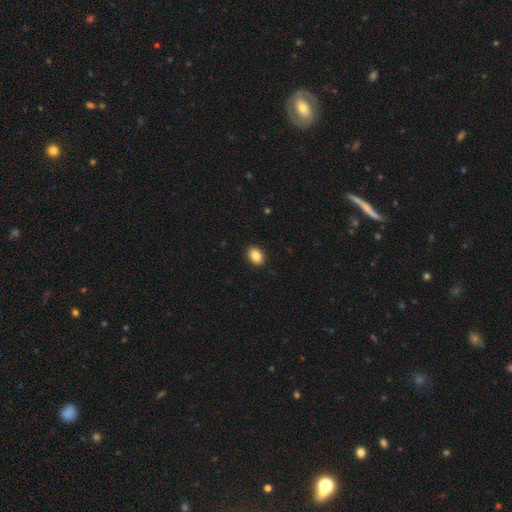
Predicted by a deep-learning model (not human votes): This is clearly a smooth galaxy (87%). How rounded: likely in between (79%). Merging: clearly none (90%).